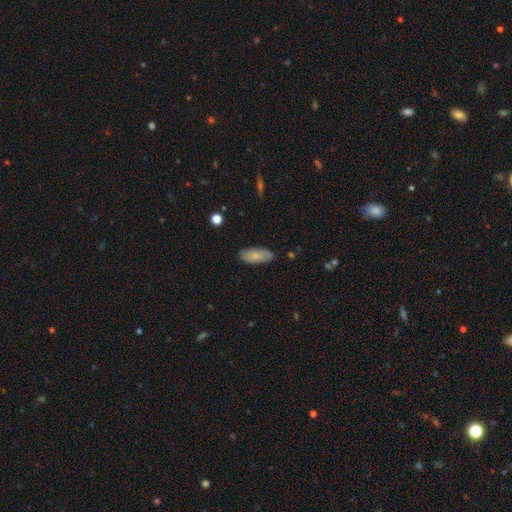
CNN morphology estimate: Smooth or featured? Predicted: smooth (p=0.76). How rounded? Predicted: in between (p=0.85). Merging? Predicted: none (p=0.84).